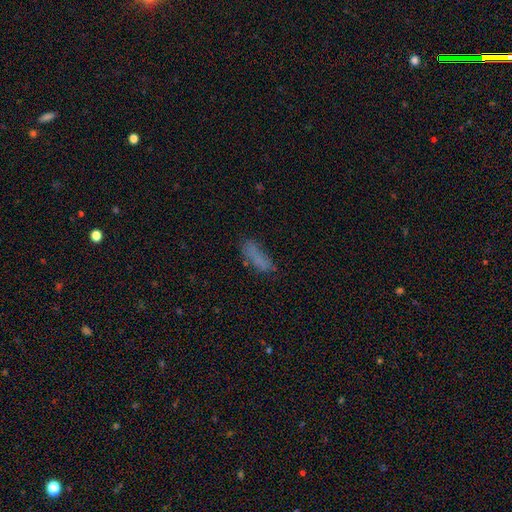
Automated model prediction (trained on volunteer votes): This appears to be a smooth galaxy with no disk features (72%) that is in between round and cigar-shaped (54%). Merging: none (56%).